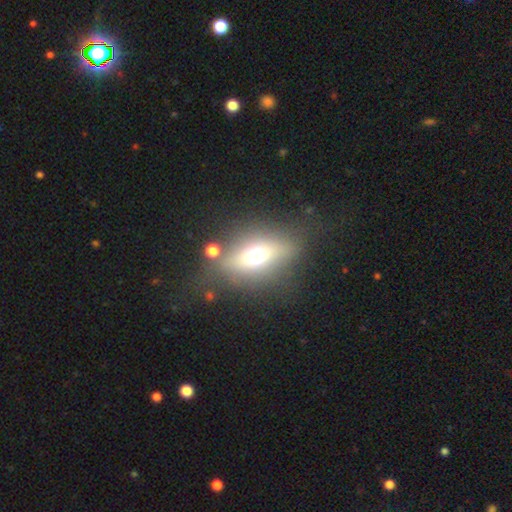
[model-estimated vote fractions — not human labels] smooth 53%, featured or disk 27%, star or artifact 20%. Down the decision tree: how rounded — in between (63%); merging — none (73%).